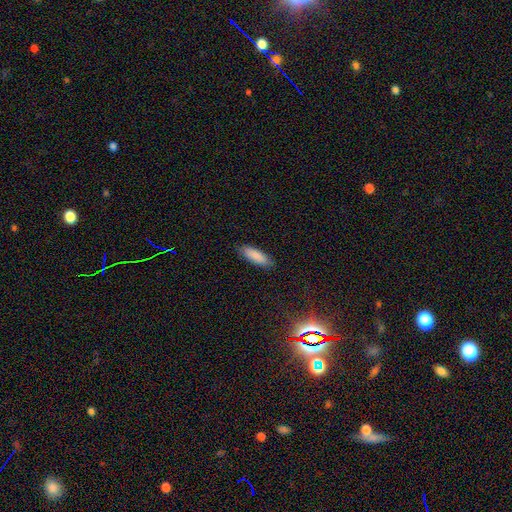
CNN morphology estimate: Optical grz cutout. It shows a smooth galaxy with no disk features (88%) that is in between round and cigar-shaped (52%). Merging: none (87%).